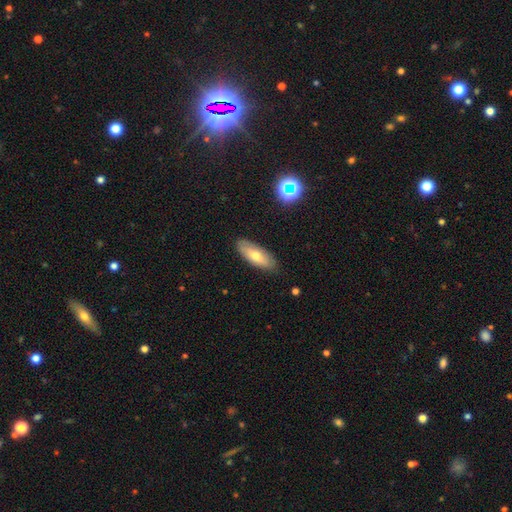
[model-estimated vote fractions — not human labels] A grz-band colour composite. It shows a smooth galaxy with no disk features (64%) that is in between round and cigar-shaped (71%). Merging: none (86%).